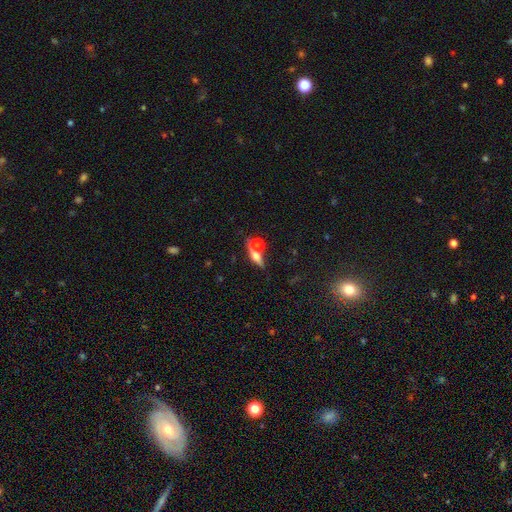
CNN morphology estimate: Overall: smooth (56%; featured or disk 33%). How rounded: in between (46%; cigar-shaped 32%). Merging: merger (42%; none 41%).